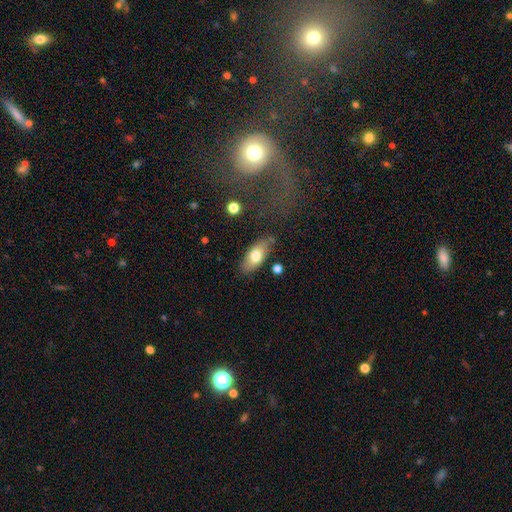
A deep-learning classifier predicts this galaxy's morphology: Smooth or featured?
  - smooth: 72% *
  - featured or disk: 21%
  - star or artifact: 6%
How rounded?
  - in between: 86% *
  - cigar-shaped: 11%
  - round: 3%
Merging?
  - none: 81% *
  - minor disturbance: 13%
  - merger: 3%
  - major disturbance: 3%